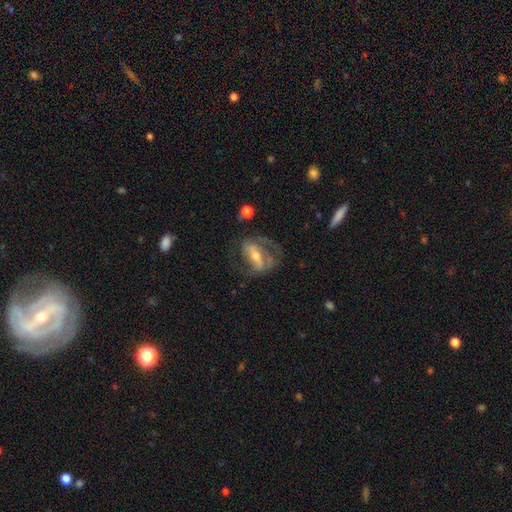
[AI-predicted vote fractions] This is likely a featured or disk galaxy (72%). It is clearly not viewed edge-on (91%). Bar: marginally strong (44%). Spiral arm pattern: likely yes (74%). Central bulge: possibly moderate (53%). Merging: possibly none (47%).